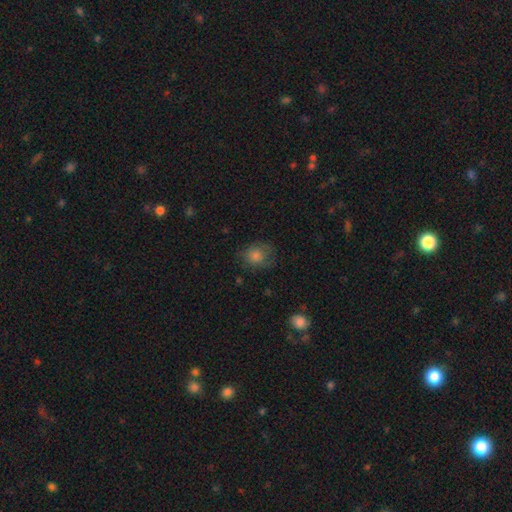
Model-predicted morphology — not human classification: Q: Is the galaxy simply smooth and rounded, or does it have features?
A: smooth — 74%.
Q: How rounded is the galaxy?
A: round — 67%.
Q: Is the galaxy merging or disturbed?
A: none — 65%.